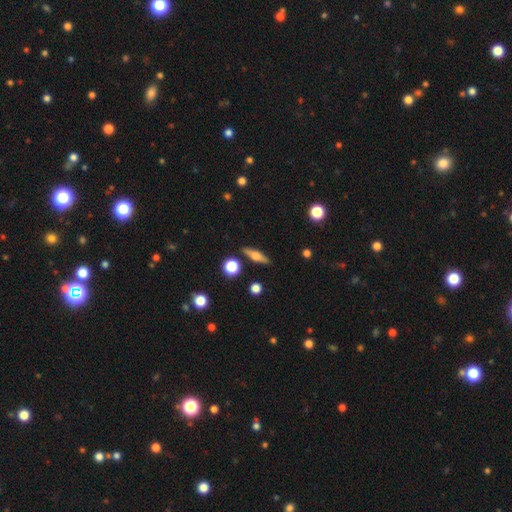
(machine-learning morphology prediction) Q: Smooth or featured?
A: featured or disk (49%); runner-up: smooth (42%)
Q: Merging?
A: none (86%); runner-up: minor disturbance (9%)